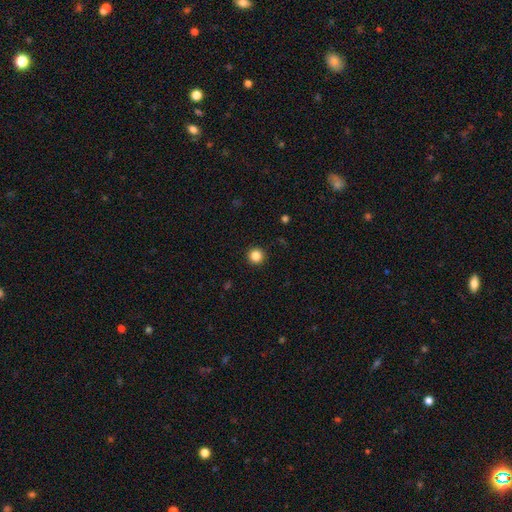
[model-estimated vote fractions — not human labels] This is clearly a smooth galaxy (85%). How rounded: clearly round (96%). Merging: clearly none (93%).